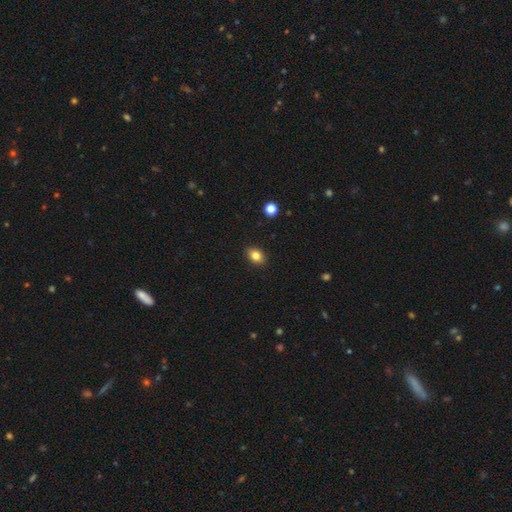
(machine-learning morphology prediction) Smooth or featured?
  - smooth: 83% *
  - star or artifact: 10%
  - featured or disk: 7%
How rounded?
  - in between: 71% *
  - round: 28%
  - cigar-shaped: 1%
Merging?
  - none: 90% *
  - minor disturbance: 8%
  - major disturbance: 2%
  - merger: 1%